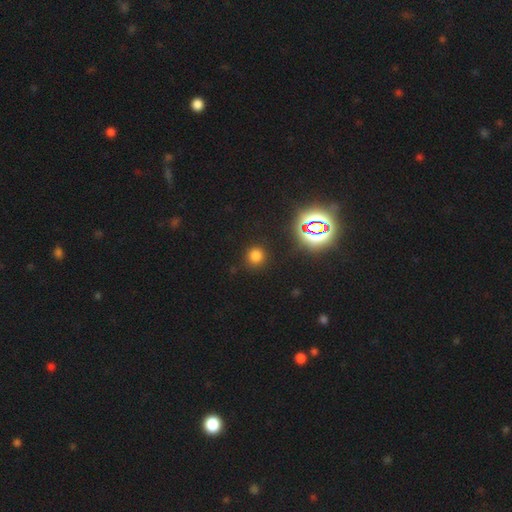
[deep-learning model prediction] A smooth galaxy with no disk features (71%) that is round (90%).

Vote fractions:
- Smooth or featured? smooth: 71% / star or artifact: 24% / featured or disk: 5%
- How rounded? round: 90% / in between: 9% / cigar-shaped: 1%
- Merging? none: 88% / minor disturbance: 7% / major disturbance: 3% / merger: 2%